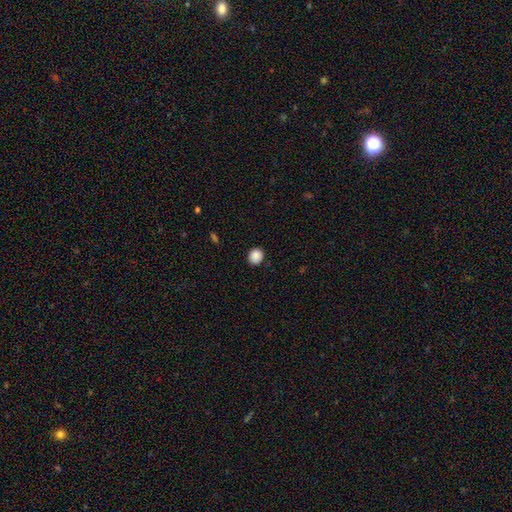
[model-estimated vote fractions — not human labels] Overall: smooth (88%). How rounded: round (75%). Merging: none (89%).